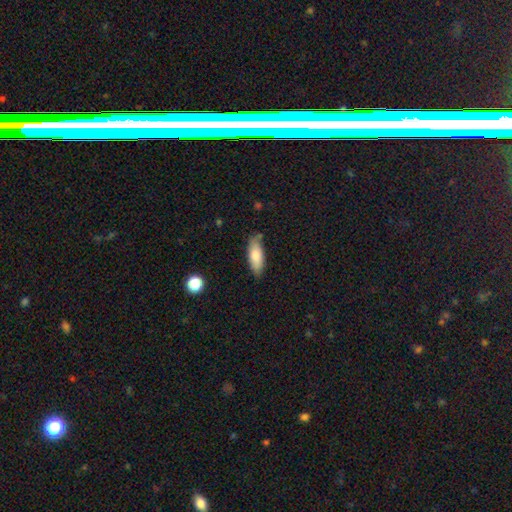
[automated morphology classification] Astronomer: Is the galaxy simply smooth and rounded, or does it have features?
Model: smooth — 81%.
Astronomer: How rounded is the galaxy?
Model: in between — 71%.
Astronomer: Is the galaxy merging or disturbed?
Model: none — 78%.